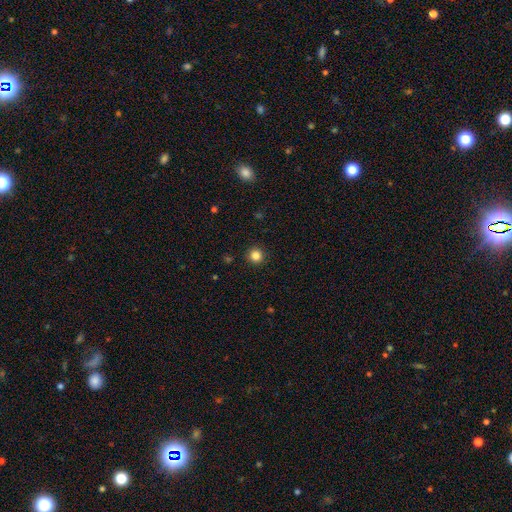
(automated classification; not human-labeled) Smooth or featured?
  - smooth: 84% *
  - star or artifact: 12%
  - featured or disk: 4%
How rounded?
  - round: 95% *
  - in between: 4%
  - cigar-shaped: 1%
Merging?
  - none: 93% *
  - minor disturbance: 5%
  - major disturbance: 2%
  - merger: 1%